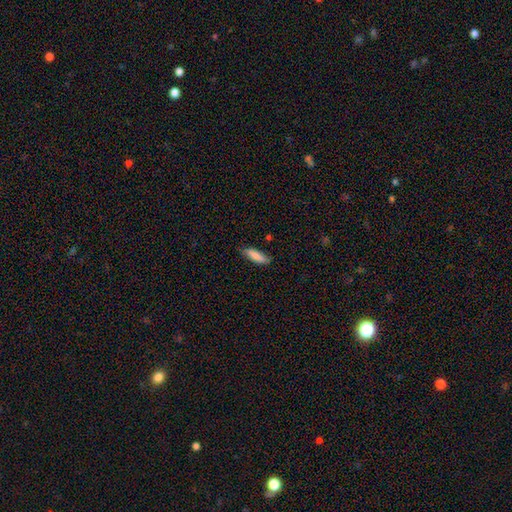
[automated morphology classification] Smooth or featured: smooth — 85% (featured or disk — 9%)
How rounded: cigar-shaped — 50% (in between — 48%)
Merging: none — 77% (minor disturbance — 18%)